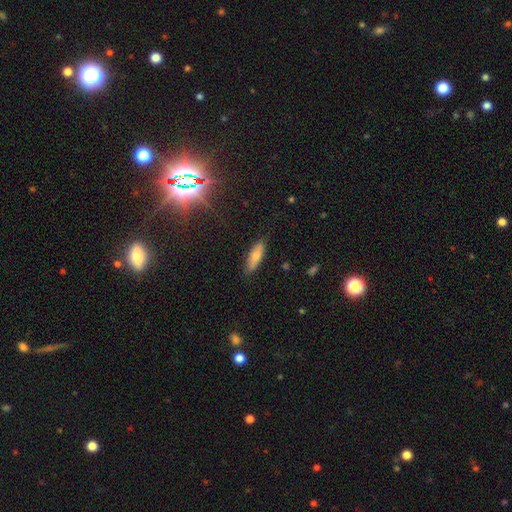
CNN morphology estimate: The model was most divided on "how rounded": in between: 55%, cigar-shaped: 43%, round: 2%. More confident: merging — none (81%); smooth or featured — smooth (71%).